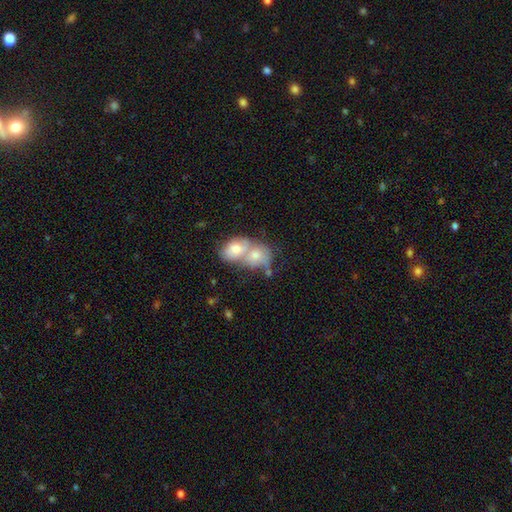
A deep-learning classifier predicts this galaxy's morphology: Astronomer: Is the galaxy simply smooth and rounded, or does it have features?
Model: smooth — 67%.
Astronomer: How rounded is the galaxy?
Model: in between — 57% (runner-up: round, 42%).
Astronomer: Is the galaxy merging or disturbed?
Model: merger — 74%.